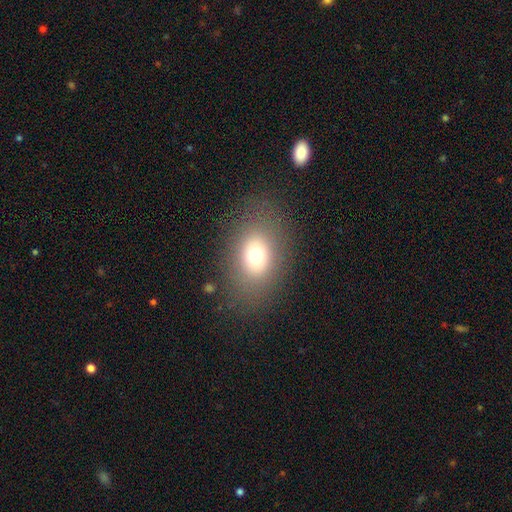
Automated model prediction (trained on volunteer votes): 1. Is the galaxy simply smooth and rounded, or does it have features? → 70% smooth, 16% featured or disk, 14% star or artifact.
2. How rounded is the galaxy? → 67% in between, 31% round, 1% cigar-shaped.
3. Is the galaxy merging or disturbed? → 81% none, 11% minor disturbance, 7% major disturbance, 1% merger.